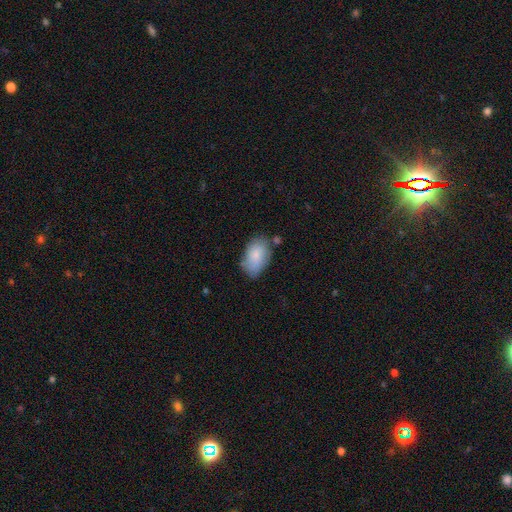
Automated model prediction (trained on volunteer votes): This is clearly a smooth galaxy (84%). How rounded: clearly in between (93%). Merging: likely none (66%).